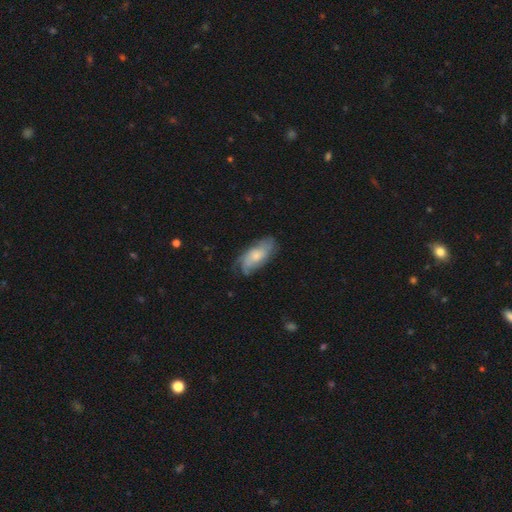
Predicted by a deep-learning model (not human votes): Smooth or featured? featured or disk (53%)
Edge-on disk? no (89%)
Merging? none (64%)